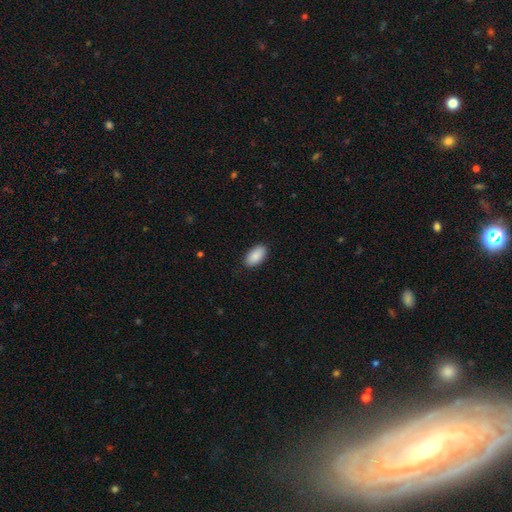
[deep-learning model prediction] Smooth or featured: smooth — 90% (star or artifact — 6%)
How rounded: in between — 95% (round — 3%)
Merging: none — 88% (minor disturbance — 9%)